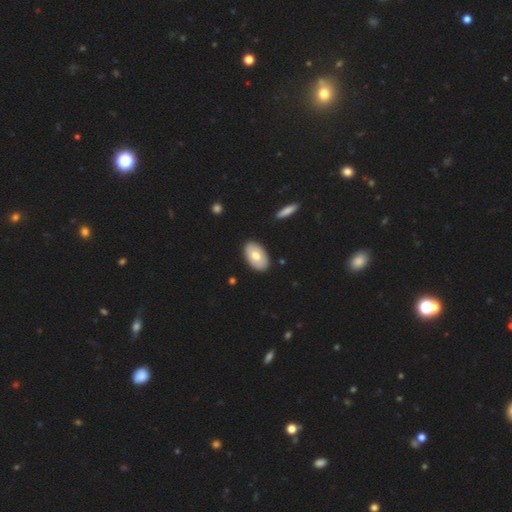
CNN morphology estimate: Smooth or featured?
  - smooth: 67% *
  - featured or disk: 27%
  - star or artifact: 5%
How rounded?
  - in between: 94% *
  - round: 5%
  - cigar-shaped: 1%
Merging?
  - none: 89% *
  - minor disturbance: 8%
  - major disturbance: 2%
  - merger: 1%